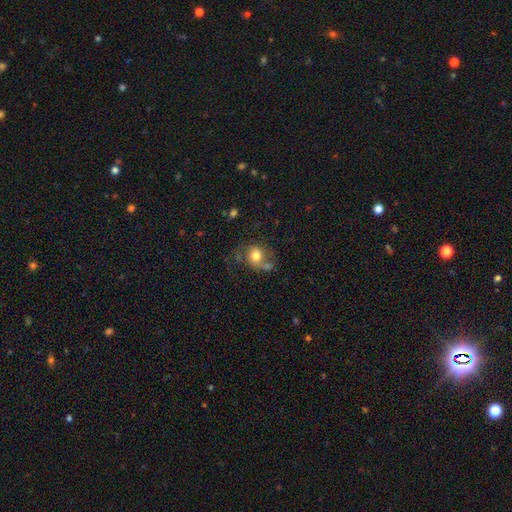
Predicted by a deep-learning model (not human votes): Morphology: type=smooth (66%); roundness=round (69%); merging=none (42%).